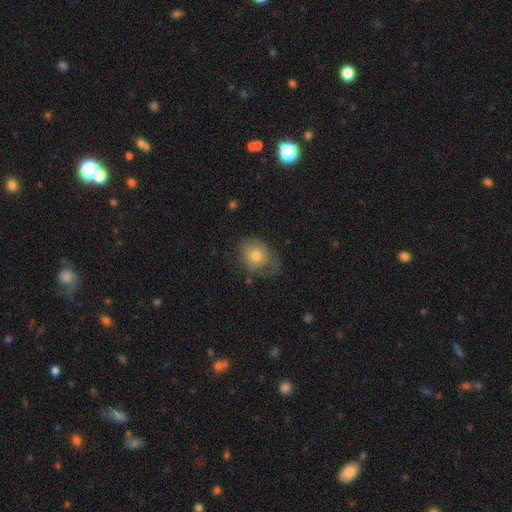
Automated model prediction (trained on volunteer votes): Overall: smooth (68%). How rounded: in between (53%; round 46%). Merging: none (40%; minor disturbance 33%).